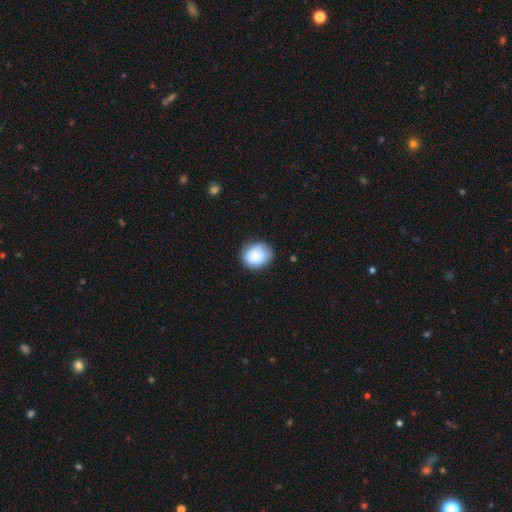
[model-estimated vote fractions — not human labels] smooth-or-featured: smooth: 85% | featured or disk: 8% | star or artifact: 7%
  how-rounded: round: 61% | in between: 38% | cigar-shaped: 1%
  merging: none: 76% | minor disturbance: 19% | major disturbance: 4% | merger: 1%